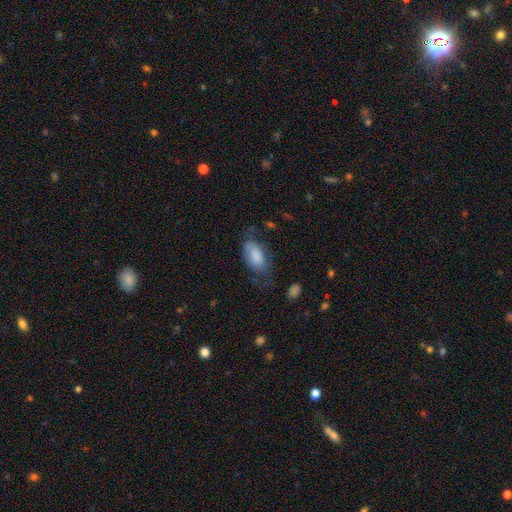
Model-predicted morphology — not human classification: type=smooth (70%); roundness=in between (93%); merging=none (43%).